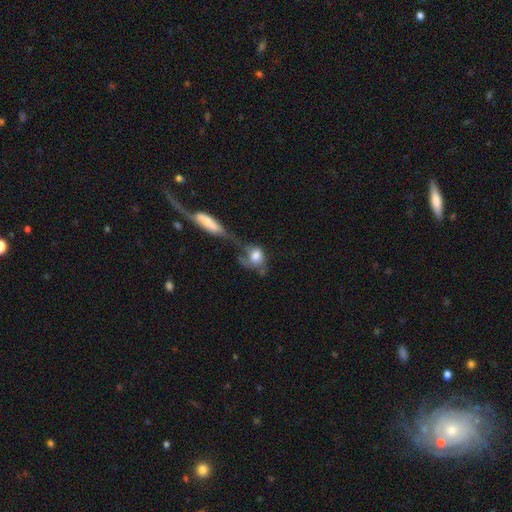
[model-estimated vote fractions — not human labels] Q: Smooth or featured?
A: smooth (58%); runner-up: featured or disk (33%)
Q: How rounded?
A: in between (64%); runner-up: round (32%)
Q: Merging?
A: merger (58%); runner-up: major disturbance (20%)